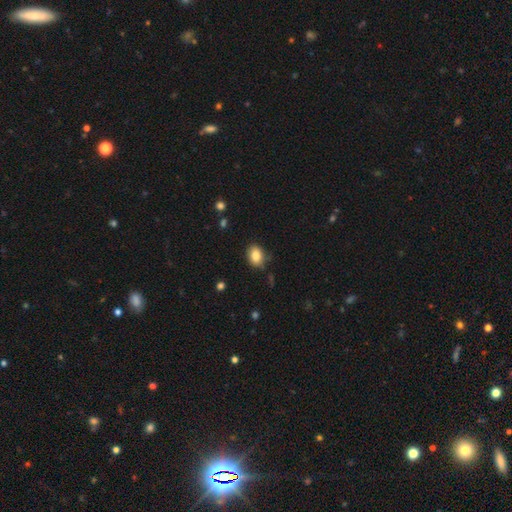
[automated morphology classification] smooth 84%, star or artifact 9%, featured or disk 8%. Down the decision tree: how rounded — in between (74%); merging — none (80%).